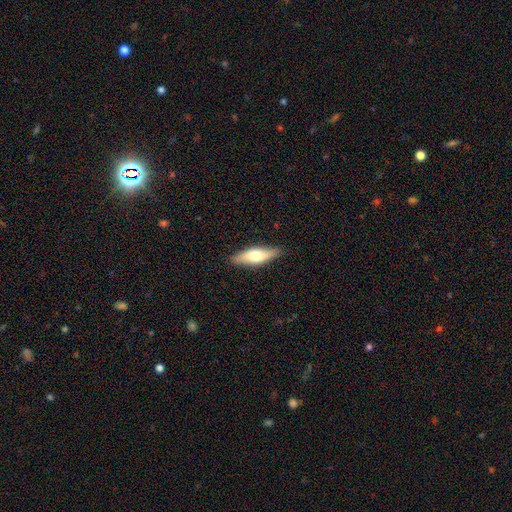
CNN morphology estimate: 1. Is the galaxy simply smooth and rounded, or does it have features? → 57% smooth, 37% featured or disk, 6% star or artifact.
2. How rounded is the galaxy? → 51% cigar-shaped, 47% in between, 2% round.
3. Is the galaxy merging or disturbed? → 86% none, 11% minor disturbance, 2% major disturbance, 1% merger.